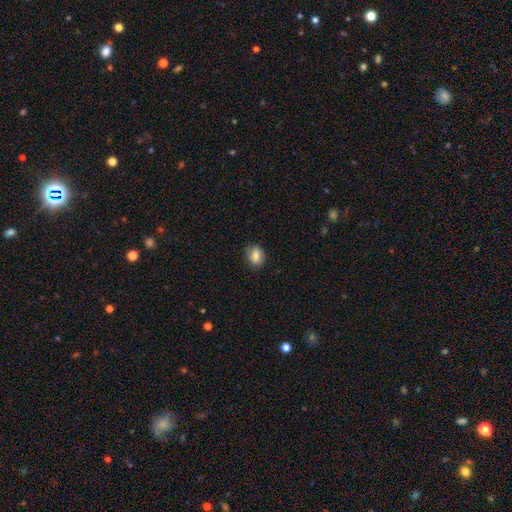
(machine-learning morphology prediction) type=smooth (80%); roundness=in between (66%); merging=none (79%).